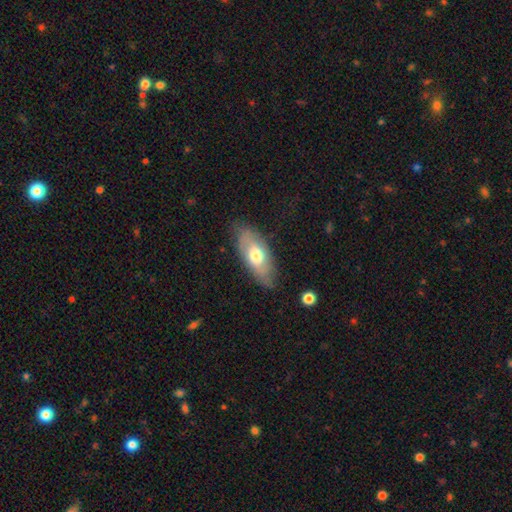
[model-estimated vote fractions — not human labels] smooth-or-featured: smooth: 60% | featured or disk: 34% | star or artifact: 6%
  how-rounded: in between: 85% | cigar-shaped: 12% | round: 3%
  merging: none: 76% | minor disturbance: 18% | major disturbance: 4% | merger: 1%